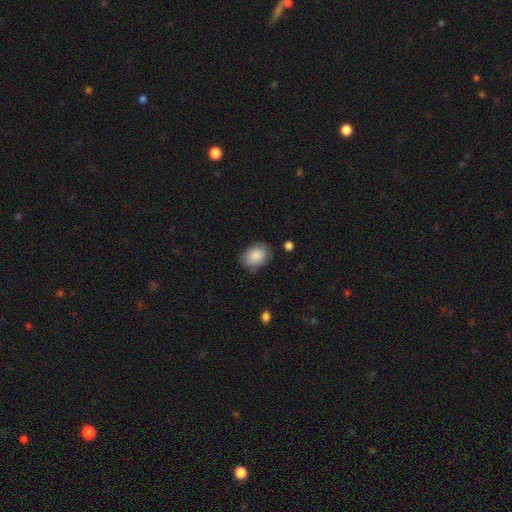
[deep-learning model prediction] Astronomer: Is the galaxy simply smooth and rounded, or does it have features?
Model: smooth — 86%.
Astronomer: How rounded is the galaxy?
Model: in between — 67%.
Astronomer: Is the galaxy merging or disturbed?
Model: none — 74%.